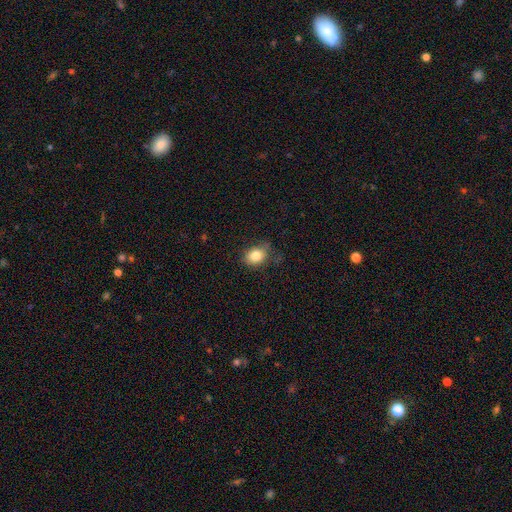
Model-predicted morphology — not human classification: type=smooth (82%); roundness=in between (54%); merging=none (68%).